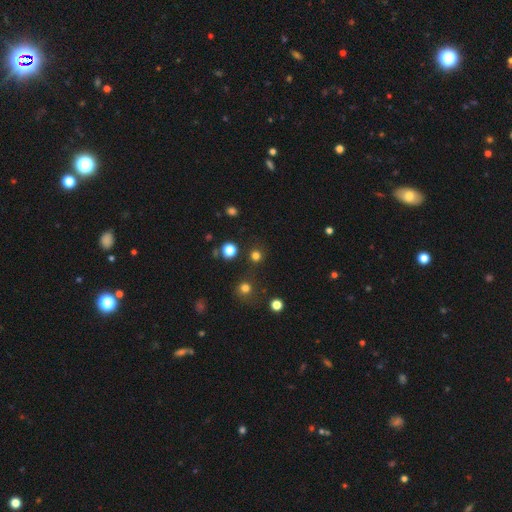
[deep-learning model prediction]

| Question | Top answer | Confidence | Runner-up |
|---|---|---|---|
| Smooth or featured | smooth | 73% | star or artifact (22%) |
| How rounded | round | 94% | in between (5%) |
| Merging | none | 85% | minor disturbance (7%) |